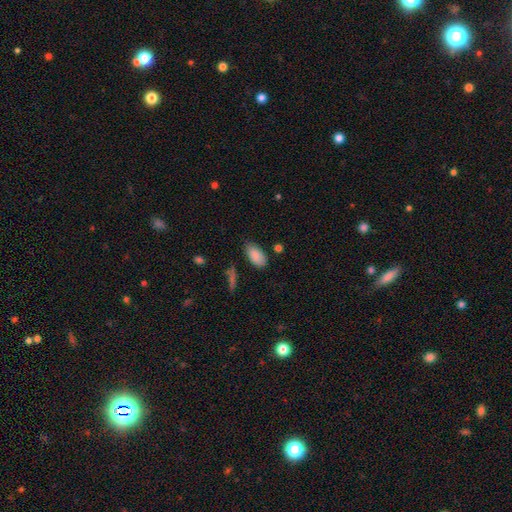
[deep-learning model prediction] A smooth galaxy with no disk features (87%) that is in between round and cigar-shaped (94%). Merging: none (73%).